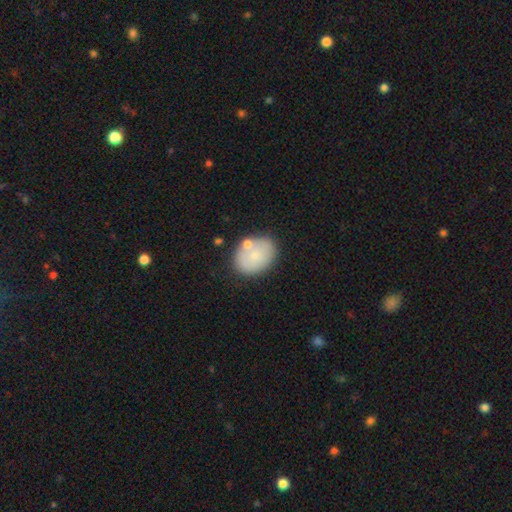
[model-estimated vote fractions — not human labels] This is likely a smooth galaxy (73%). How rounded: likely in between (63%). Merging: likely none (68%).